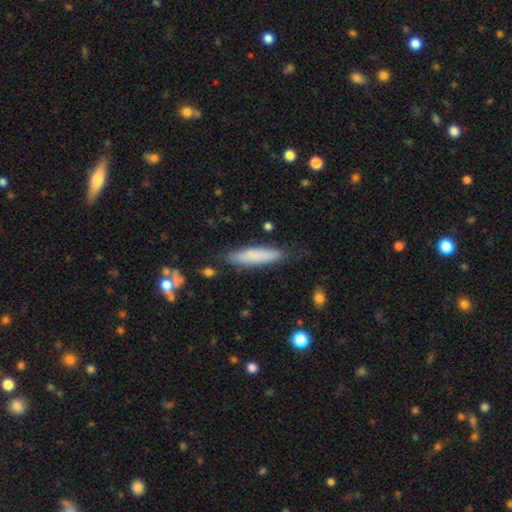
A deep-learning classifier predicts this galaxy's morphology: Smooth or featured? Predicted: smooth (p=0.77). How rounded? Predicted: cigar-shaped (p=0.78). Merging? Predicted: none (p=0.76).